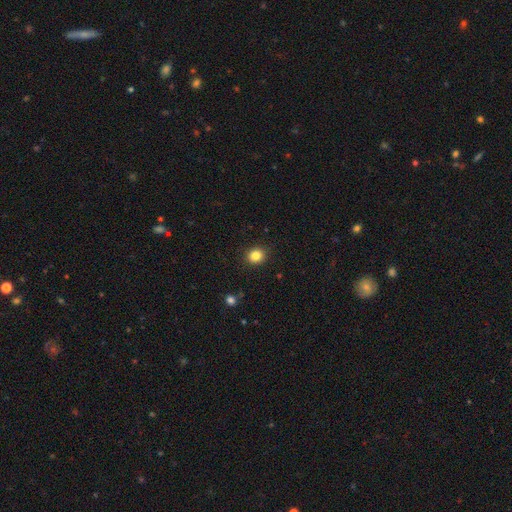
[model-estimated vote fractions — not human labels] A smooth galaxy with no disk features (84%) that is round (77%).

Vote fractions:
- Smooth or featured? smooth: 84% / star or artifact: 11% / featured or disk: 5%
- How rounded? round: 77% / in between: 22% / cigar-shaped: 1%
- Merging? none: 90% / minor disturbance: 7% / major disturbance: 2% / merger: 1%